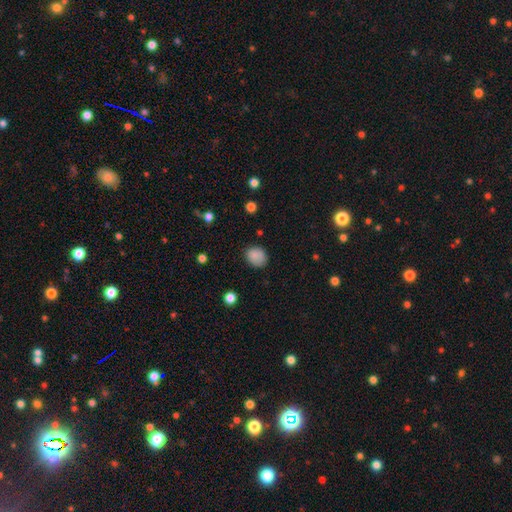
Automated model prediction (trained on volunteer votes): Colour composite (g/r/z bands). It shows a smooth galaxy with no disk features (86%) that is round (64%). Merging: none (79%).